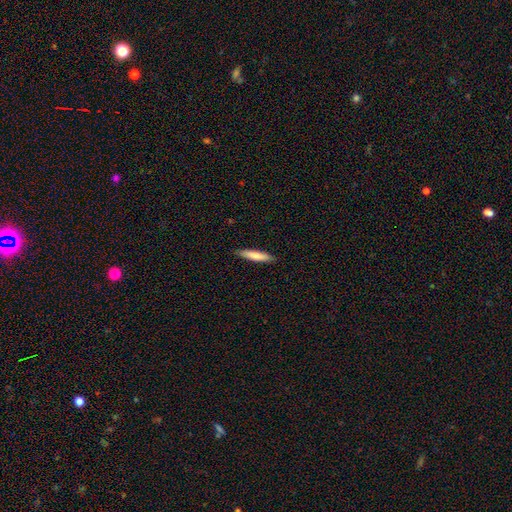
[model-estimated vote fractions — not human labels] A smooth galaxy with no disk features (76%) that is cigar-shaped (87%).

Vote fractions:
- Smooth or featured? smooth: 76% / featured or disk: 18% / star or artifact: 5%
- How rounded? cigar-shaped: 87% / in between: 12% / round: 1%
- Merging? none: 89% / minor disturbance: 8% / major disturbance: 2% / merger: 1%